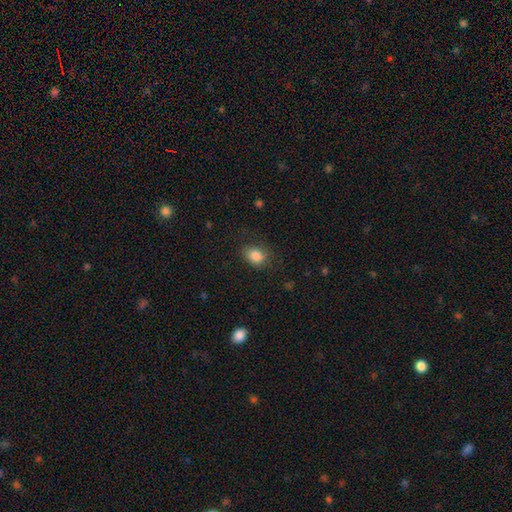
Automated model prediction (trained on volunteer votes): Smooth or featured: smooth — 86% (star or artifact — 10%)
How rounded: in between — 62% (round — 37%)
Merging: none — 73% (minor disturbance — 19%)